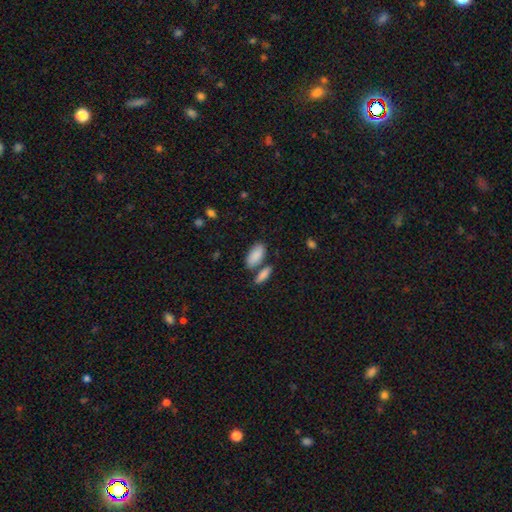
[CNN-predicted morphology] This appears to be a smooth galaxy with no disk features (87%) that is in between round and cigar-shaped (89%). Merging: none (60%).